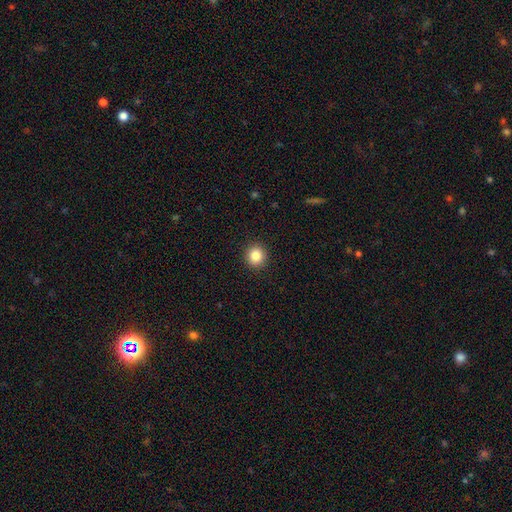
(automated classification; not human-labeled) Smooth or featured? Predicted: smooth (p=0.85). How rounded? Predicted: round (p=0.90). Merging? Predicted: none (p=0.92).